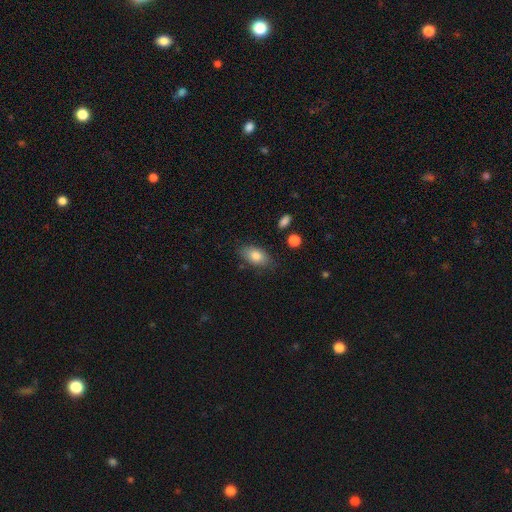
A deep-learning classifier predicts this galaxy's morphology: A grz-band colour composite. It shows a smooth galaxy with no disk features (81%) that is in between round and cigar-shaped (90%). Merging: none (79%).